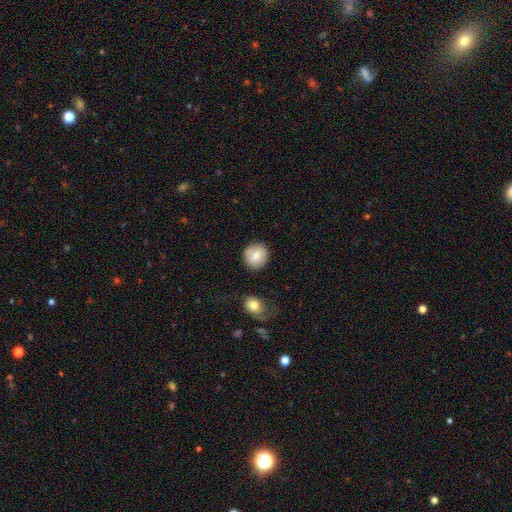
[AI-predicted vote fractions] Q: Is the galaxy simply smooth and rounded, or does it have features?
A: smooth — 81%.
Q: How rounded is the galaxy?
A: round — 84%.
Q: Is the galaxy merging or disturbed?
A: none — 82%.